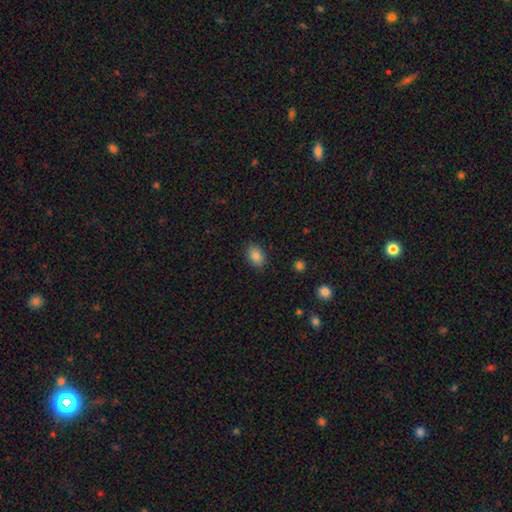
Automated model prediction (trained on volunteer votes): smooth_or_featured: smooth (p=0.86) [alt: star or artifact p=0.09]
how_rounded: in between (p=0.81) [alt: round p=0.17]
merging: none (p=0.85) [alt: minor disturbance p=0.11]